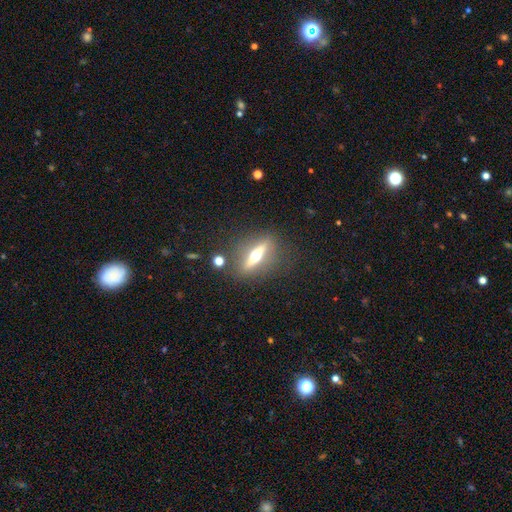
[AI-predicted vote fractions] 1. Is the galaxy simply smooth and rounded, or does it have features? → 68% featured or disk, 23% smooth, 9% star or artifact.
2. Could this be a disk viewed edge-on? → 86% yes, 14% no.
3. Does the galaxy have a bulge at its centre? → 94% rounded, 4% boxy, 2% none.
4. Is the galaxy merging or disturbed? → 83% none, 9% minor disturbance, 5% major disturbance, 3% merger.